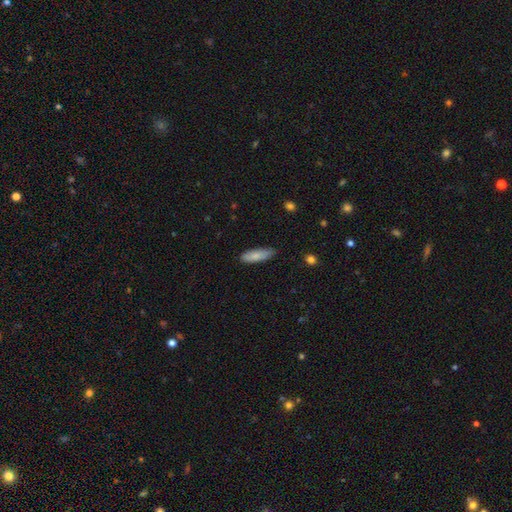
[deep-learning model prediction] Smooth or featured?
  - smooth: 82% *
  - featured or disk: 13%
  - star or artifact: 6%
How rounded?
  - in between: 50% *
  - cigar-shaped: 49%
  - round: 2%
Merging?
  - none: 76% *
  - minor disturbance: 20%
  - major disturbance: 3%
  - merger: 1%